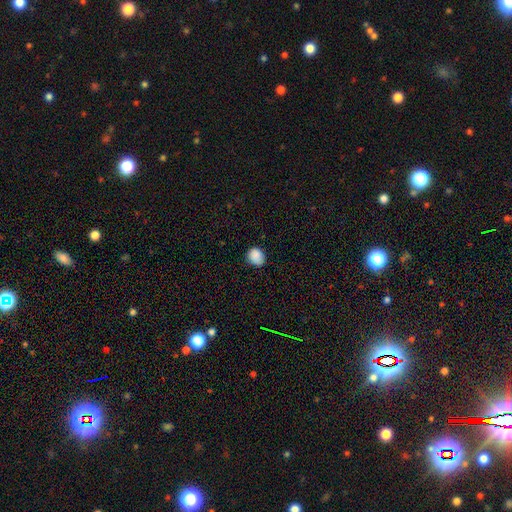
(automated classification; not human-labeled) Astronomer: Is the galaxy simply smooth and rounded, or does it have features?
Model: smooth — 88%.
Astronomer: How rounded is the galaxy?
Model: round — 66%.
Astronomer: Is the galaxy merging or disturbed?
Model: none — 79%.